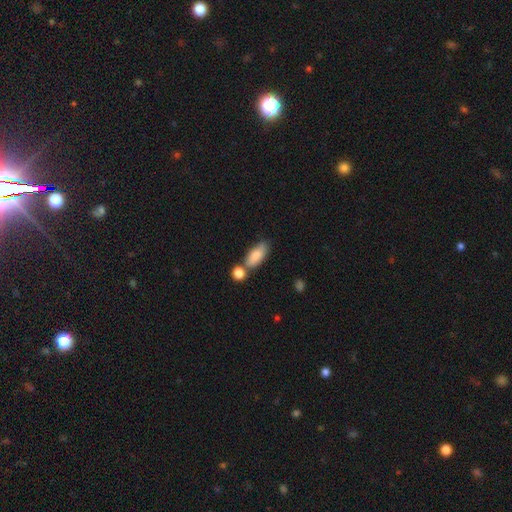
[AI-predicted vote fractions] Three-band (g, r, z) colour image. It shows a smooth galaxy with no disk features (81%) that is in between round and cigar-shaped (82%). Merging: none (52%).